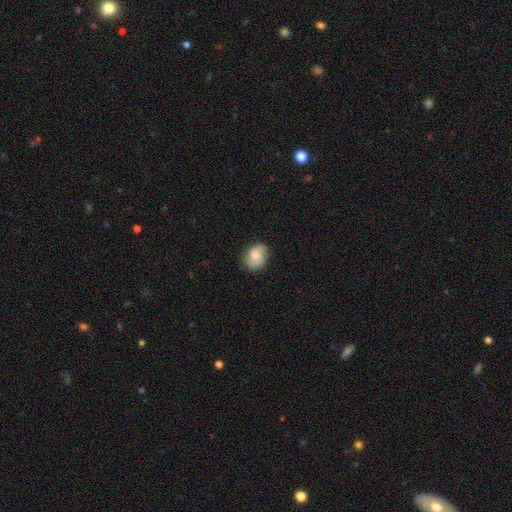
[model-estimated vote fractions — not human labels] Overall: smooth (72%). How rounded: round (51%; in between 48%). Merging: none (77%).